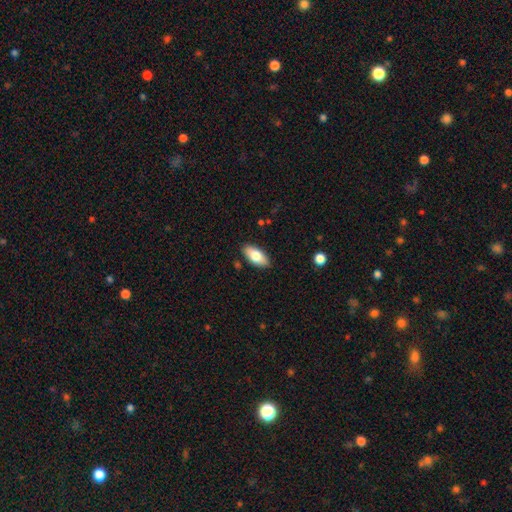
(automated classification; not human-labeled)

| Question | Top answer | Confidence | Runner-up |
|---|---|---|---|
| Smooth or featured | smooth | 77% | featured or disk (17%) |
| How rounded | in between | 91% | cigar-shaped (7%) |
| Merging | none | 87% | minor disturbance (10%) |